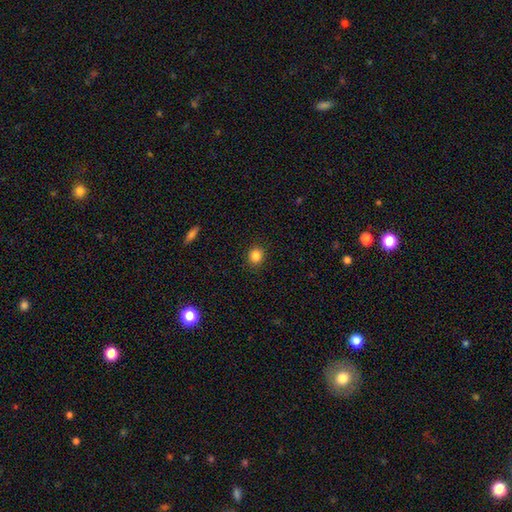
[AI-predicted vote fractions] smooth-or-featured: smooth: 85% | star or artifact: 11% | featured or disk: 4%
  how-rounded: round: 79% | in between: 20% | cigar-shaped: 1%
  merging: none: 90% | minor disturbance: 7% | major disturbance: 2% | merger: 1%